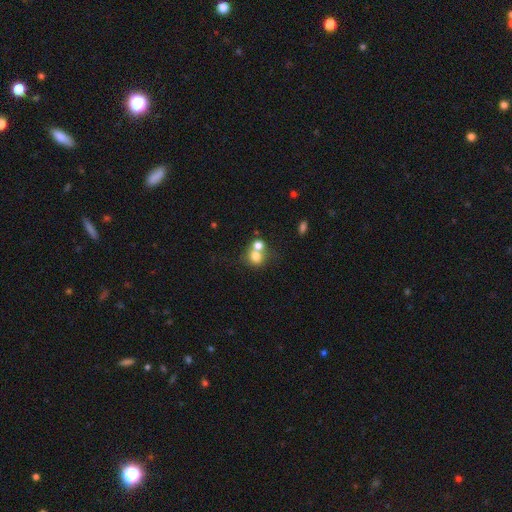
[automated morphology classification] Smooth or featured? smooth (73%)
How rounded? round (77%)
Merging? merger (52%)